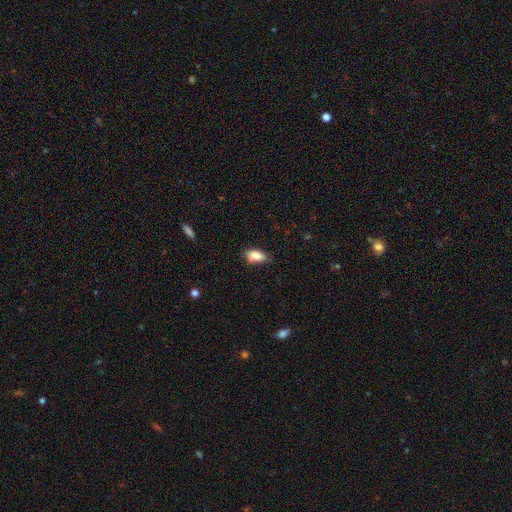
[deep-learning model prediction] Smooth or featured: smooth — 86% (star or artifact — 8%)
How rounded: in between — 89% (cigar-shaped — 7%)
Merging: none — 74% (minor disturbance — 21%)